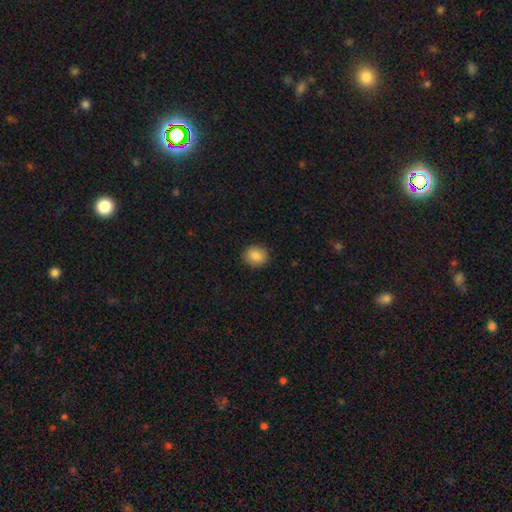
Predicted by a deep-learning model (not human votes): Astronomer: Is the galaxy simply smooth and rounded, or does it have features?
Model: smooth — 86%.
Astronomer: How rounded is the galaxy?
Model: round — 77%.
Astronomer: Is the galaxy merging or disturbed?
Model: none — 90%.